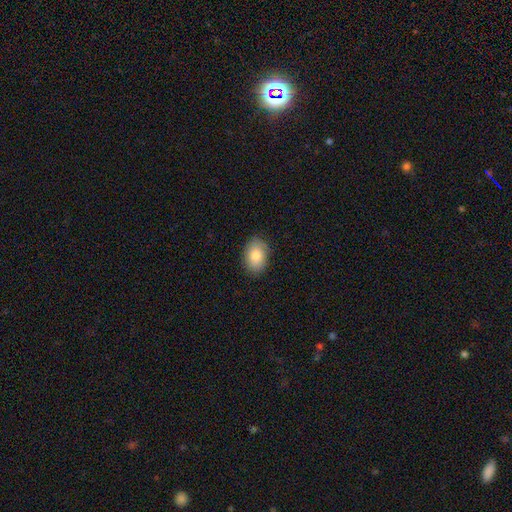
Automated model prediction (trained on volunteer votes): Q: Smooth or featured?
A: smooth (84%); runner-up: featured or disk (9%)
Q: How rounded?
A: in between (83%); runner-up: round (16%)
Q: Merging?
A: none (82%); runner-up: minor disturbance (14%)